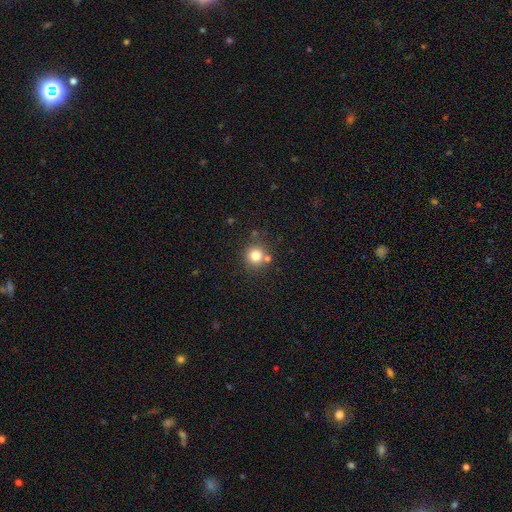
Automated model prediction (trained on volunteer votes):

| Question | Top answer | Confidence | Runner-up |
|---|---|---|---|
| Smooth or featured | smooth | 79% | star or artifact (13%) |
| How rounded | round | 91% | in between (8%) |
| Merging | none | 74% | merger (14%) |